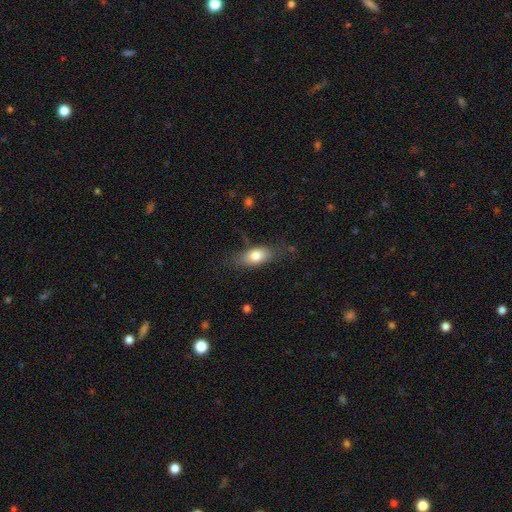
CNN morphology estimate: type=smooth (76%); roundness=in between (83%); merging=none (70%).